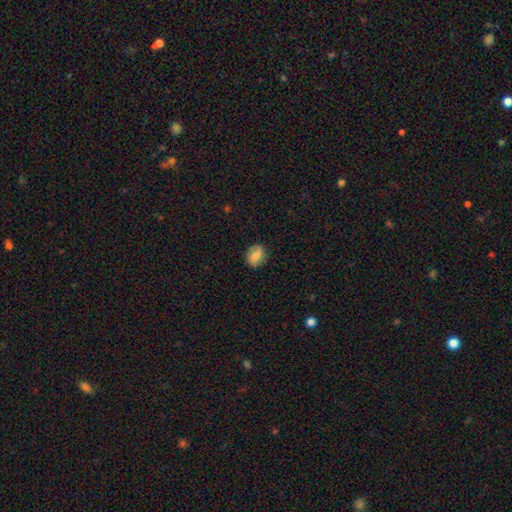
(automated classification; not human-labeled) A smooth galaxy with no disk features (69%) that is in between round and cigar-shaped (51%).

Vote fractions:
- Smooth or featured? smooth: 69% / featured or disk: 22% / star or artifact: 9%
- How rounded? in between: 51% / round: 47% / cigar-shaped: 2%
- Merging? none: 83% / minor disturbance: 12% / major disturbance: 3% / merger: 1%